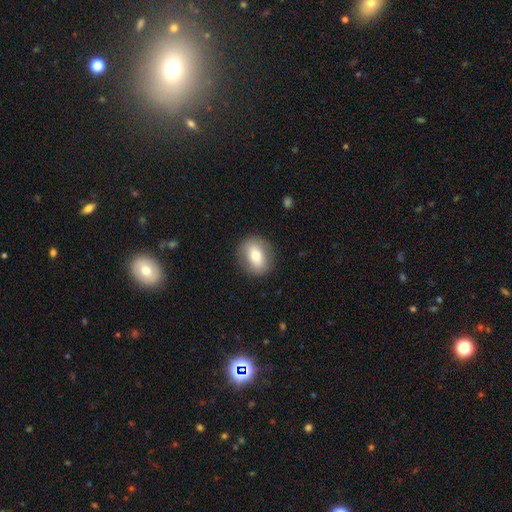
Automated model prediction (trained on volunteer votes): A smooth galaxy with no disk features (69%) that is round (59%). Merging: none (87%).